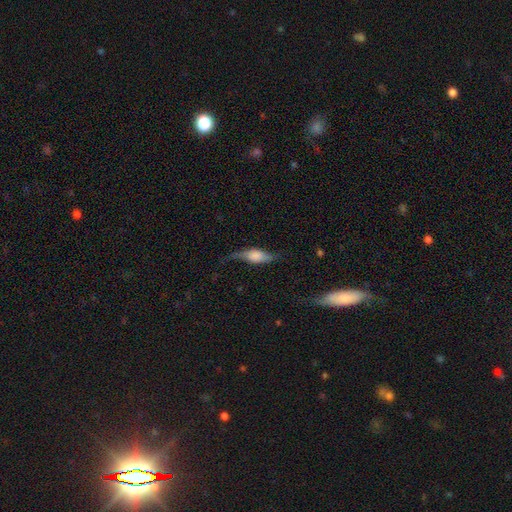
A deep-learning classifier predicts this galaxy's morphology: Q: Smooth or featured?
A: smooth (49%); runner-up: featured or disk (44%)
Q: Merging?
A: none (50%); runner-up: minor disturbance (29%)